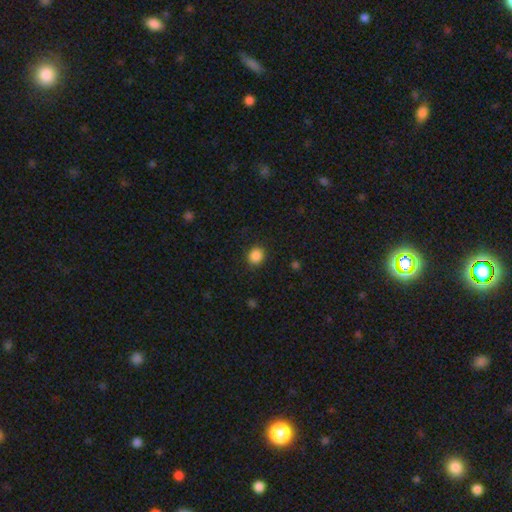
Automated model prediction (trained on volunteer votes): smooth_or_featured: smooth (p=0.87) [alt: star or artifact p=0.10]
how_rounded: round (p=0.80) [alt: in between p=0.20]
merging: none (p=0.88) [alt: minor disturbance p=0.08]